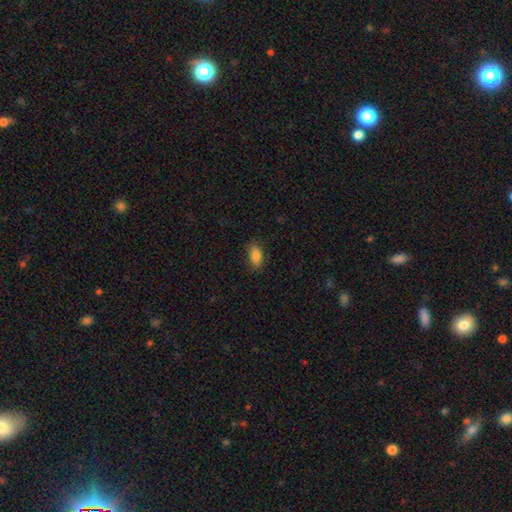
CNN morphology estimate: smooth 82%, featured or disk 10%, star or artifact 8%. Down the decision tree: how rounded — in between (89%); merging — none (79%).